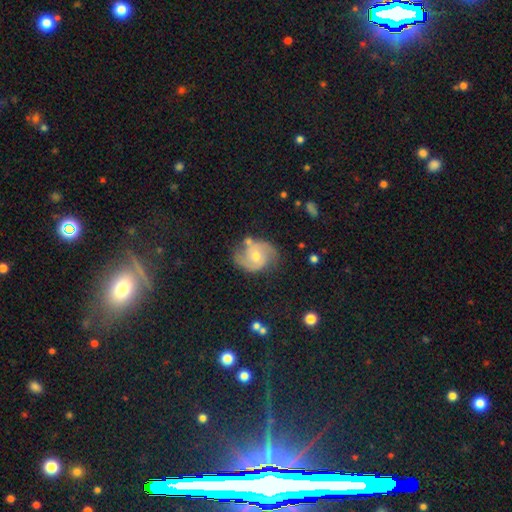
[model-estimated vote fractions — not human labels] Smooth or featured? featured or disk (78%)
Edge-on disk? no (98%)
Bar? no (61%)
Spiral arms? yes (93%)
Spiral winding? medium (50%)
Spiral arm count? 2 (87%)
Bulge size? moderate (60%)
Merging? none (70%)